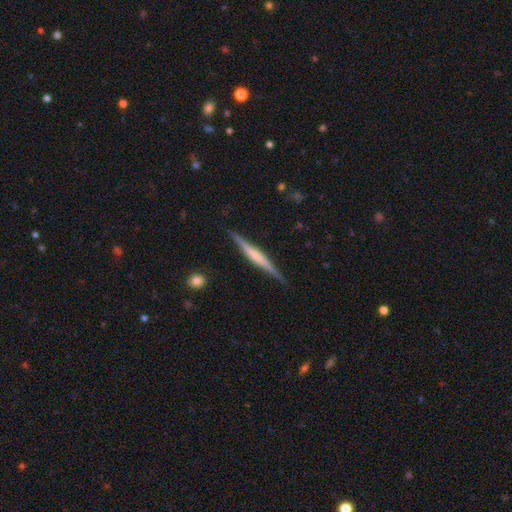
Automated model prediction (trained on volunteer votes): Smooth or featured? Predicted: featured or disk (p=0.68). Edge-on disk? Predicted: yes (p=0.98). Edge-on bulge? Predicted: none (p=0.38). Merging? Predicted: none (p=0.88).